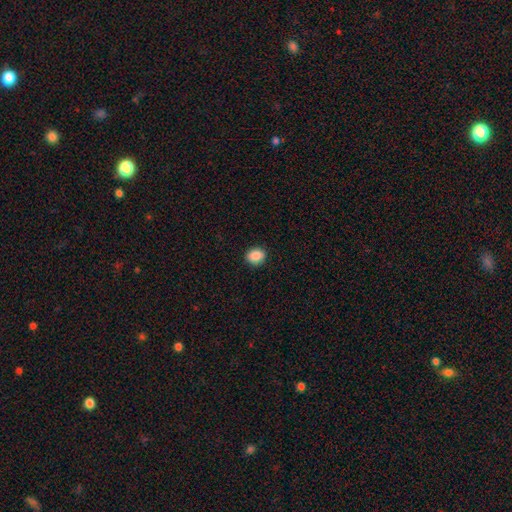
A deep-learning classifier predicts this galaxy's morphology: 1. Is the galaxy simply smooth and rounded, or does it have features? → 88% smooth, 9% star or artifact, 3% featured or disk.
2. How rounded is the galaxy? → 66% round, 33% in between, 1% cigar-shaped.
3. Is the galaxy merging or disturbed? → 90% none, 7% minor disturbance, 2% major disturbance, 1% merger.